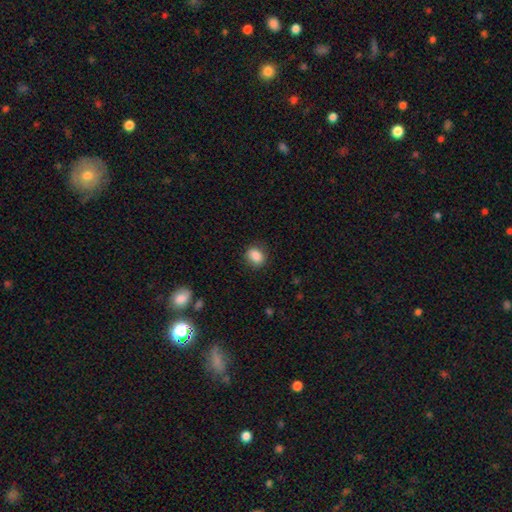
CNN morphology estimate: Overall: smooth (88%). How rounded: in between (57%; round 41%). Merging: none (83%).